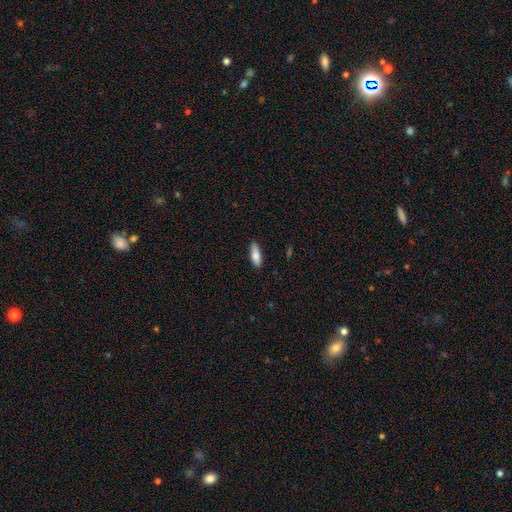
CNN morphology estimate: This is likely a smooth galaxy (79%). How rounded: likely in between (63%). Merging: clearly none (87%).